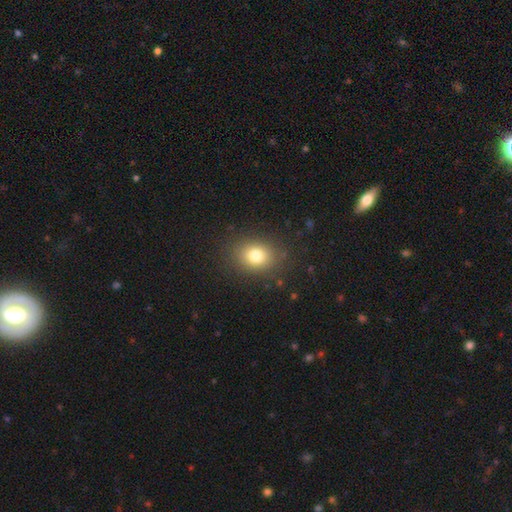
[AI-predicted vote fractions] This appears to be a smooth galaxy with no disk features (78%) that is round (54%). Merging: none (86%).